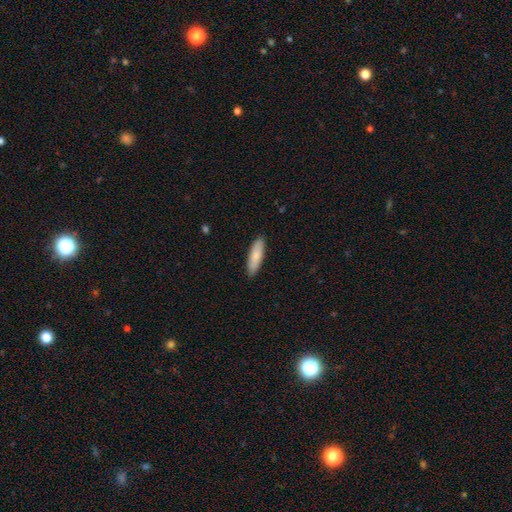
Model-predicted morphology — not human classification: smooth_or_featured: smooth (p=0.83) [alt: featured or disk p=0.12]
how_rounded: cigar-shaped (p=0.62) [alt: in between p=0.36]
merging: none (p=0.89) [alt: minor disturbance p=0.09]